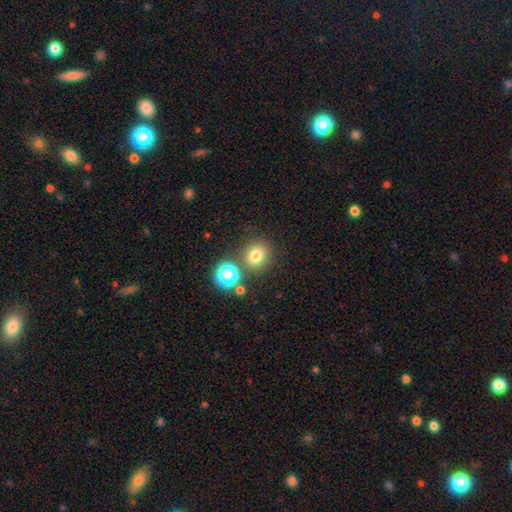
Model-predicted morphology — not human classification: This is likely a smooth galaxy (77%). How rounded: likely round (67%). Merging: likely none (75%).